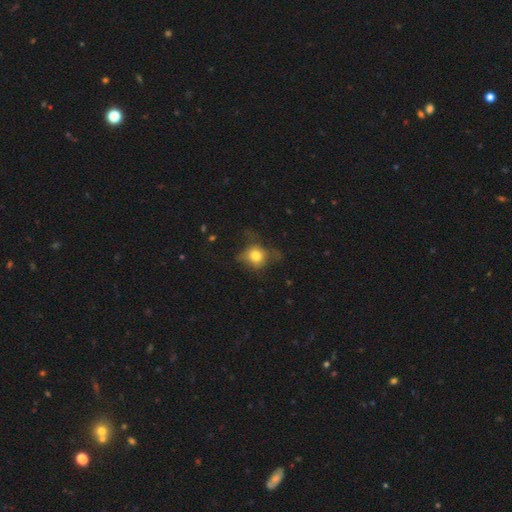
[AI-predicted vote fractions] Smooth or featured? smooth (68%)
How rounded? round (69%)
Merging? none (51%)